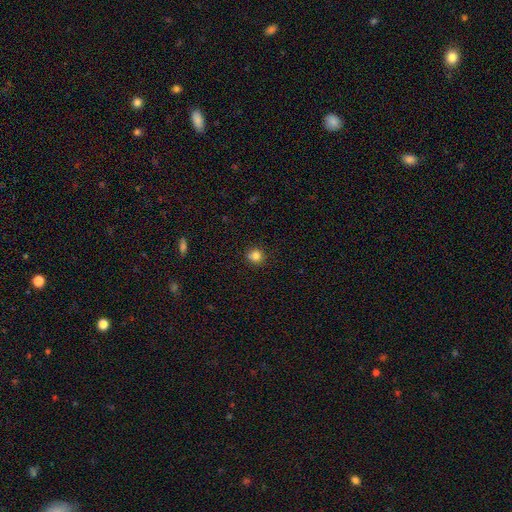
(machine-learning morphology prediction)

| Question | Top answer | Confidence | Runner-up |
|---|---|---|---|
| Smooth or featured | smooth | 83% | star or artifact (12%) |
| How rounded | round | 89% | in between (11%) |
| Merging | none | 87% | minor disturbance (10%) |